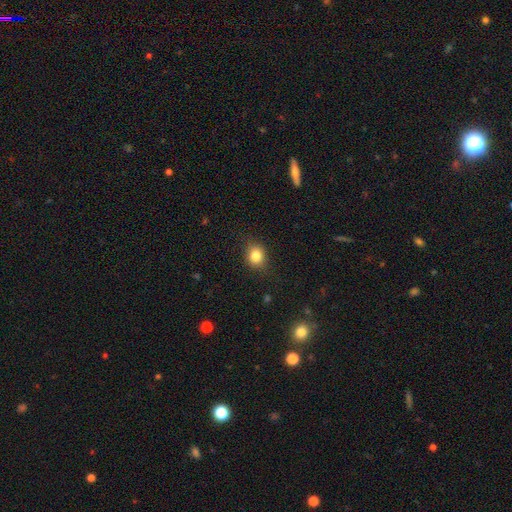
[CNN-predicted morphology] This appears to be a smooth galaxy with no disk features (82%) that is round (58%). Merging: none (83%).